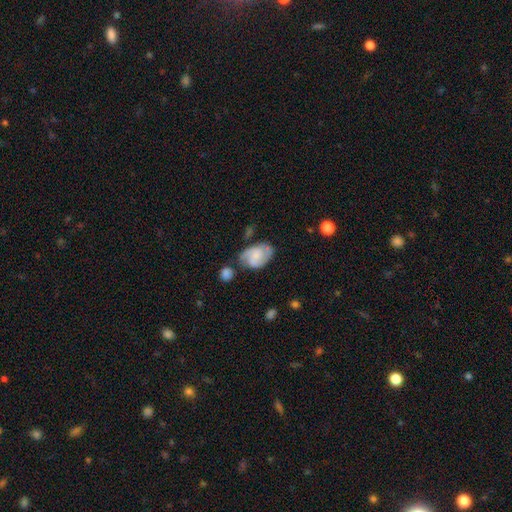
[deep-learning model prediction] This is likely a featured or disk galaxy (68%). It is clearly not viewed edge-on (97%). Bar: possibly no (54%). Spiral arm pattern: clearly yes (92%). Spiral arm count: clearly 2 (80%). Spiral winding: possibly medium (50%). Central bulge: possibly small (52%). Merging: possibly none (57%).